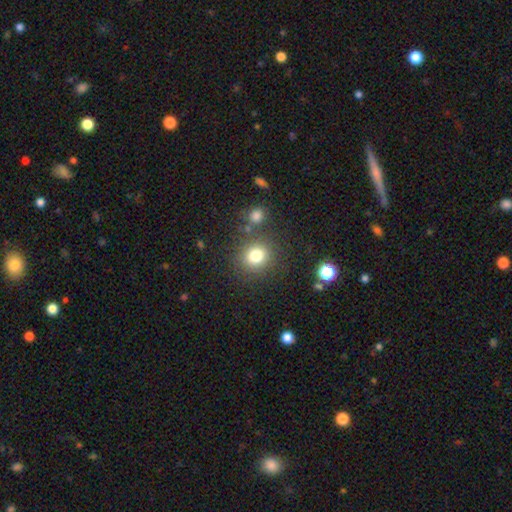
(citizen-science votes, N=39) Smooth or featured?
  - smooth: 85% *
  - star or artifact: 10%
  - featured or disk: 5%
How rounded?
  - round: 82% *
  - in between: 18%
  - cigar-shaped: 0%
Merging?
  - none: 77% *
  - minor disturbance: 17%
  - merger: 6%
  - major disturbance: 0%